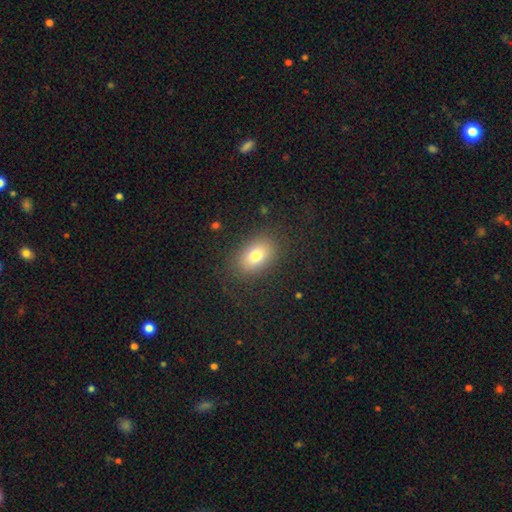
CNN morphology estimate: smooth-or-featured: smooth: 77% | featured or disk: 13% | star or artifact: 11%
  how-rounded: in between: 81% | round: 18% | cigar-shaped: 1%
  merging: none: 82% | minor disturbance: 11% | major disturbance: 6% | merger: 1%